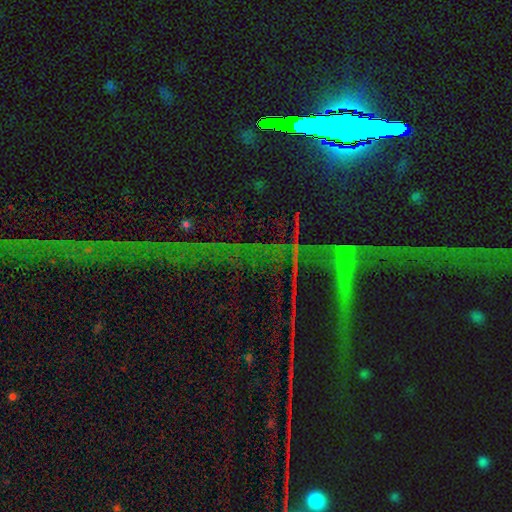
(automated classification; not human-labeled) This is clearly a star or artifact rather than a galaxy (83%).